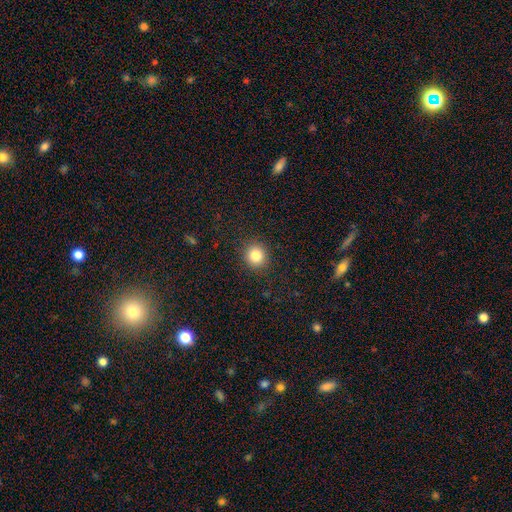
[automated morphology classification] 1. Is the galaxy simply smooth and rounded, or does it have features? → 84% smooth, 11% star or artifact, 5% featured or disk.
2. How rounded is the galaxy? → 89% round, 10% in between, 1% cigar-shaped.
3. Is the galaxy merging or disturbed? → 91% none, 6% minor disturbance, 2% major disturbance, 1% merger.